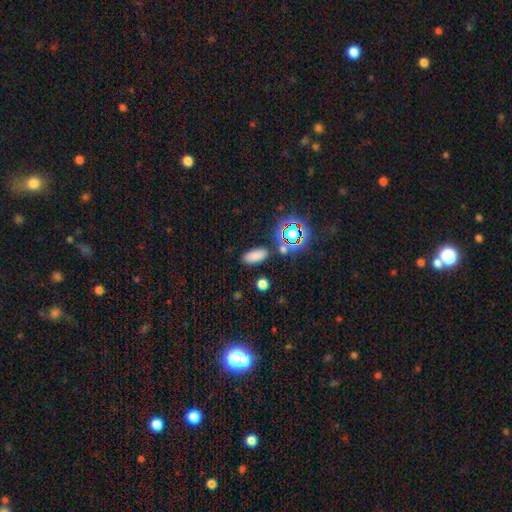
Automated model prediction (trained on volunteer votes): Smooth or featured: smooth — 77% (star or artifact — 17%)
How rounded: in between — 80% (cigar-shaped — 15%)
Merging: none — 83% (minor disturbance — 9%)